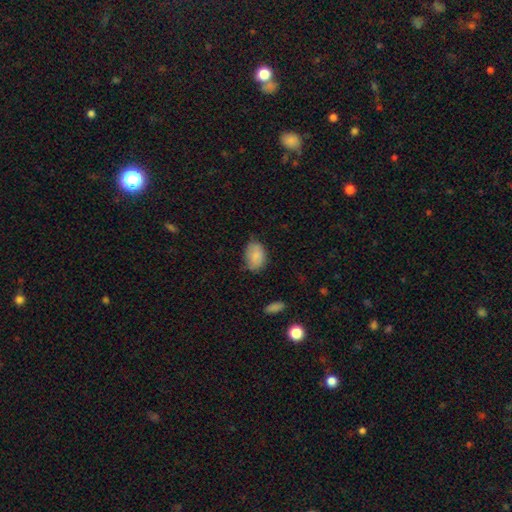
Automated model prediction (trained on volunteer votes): The model was most divided on "merging": none: 59%, minor disturbance: 33%, major disturbance: 6%, merger: 2%. More confident: smooth or featured — smooth (84%); how rounded — in between (80%).